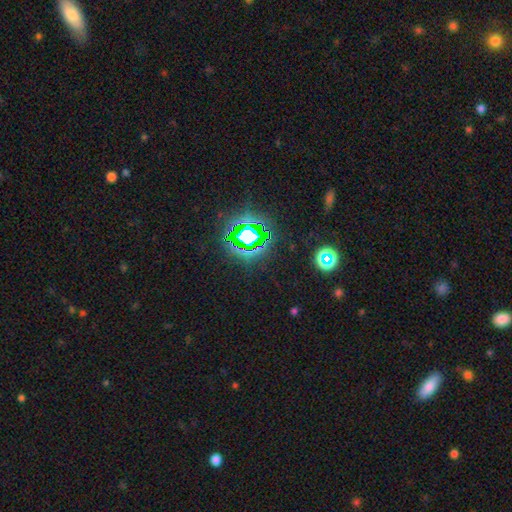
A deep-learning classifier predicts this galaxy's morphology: Q: Smooth or featured?
A: star or artifact (81%); runner-up: smooth (12%)